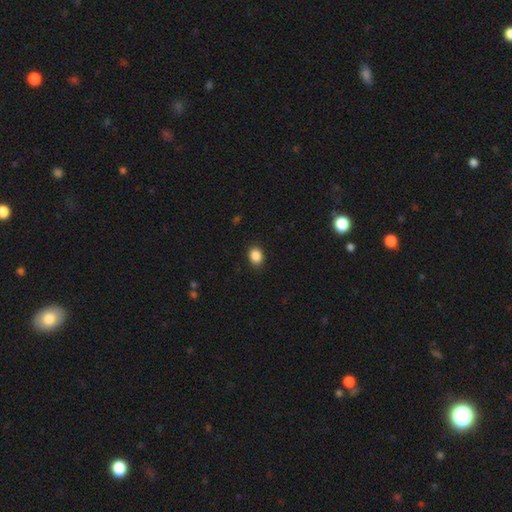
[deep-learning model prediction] A smooth galaxy with no disk features (88%) that is in between round and cigar-shaped (59%).

Vote fractions:
- Smooth or featured? smooth: 88% / star or artifact: 9% / featured or disk: 3%
- How rounded? in between: 59% / round: 40% / cigar-shaped: 1%
- Merging? none: 88% / minor disturbance: 9% / major disturbance: 2% / merger: 1%